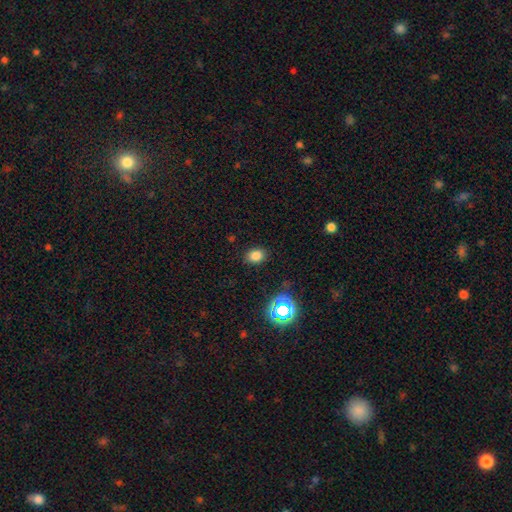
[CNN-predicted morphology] This is likely a smooth galaxy (77%). How rounded: likely in between (62%). Merging: clearly none (86%).